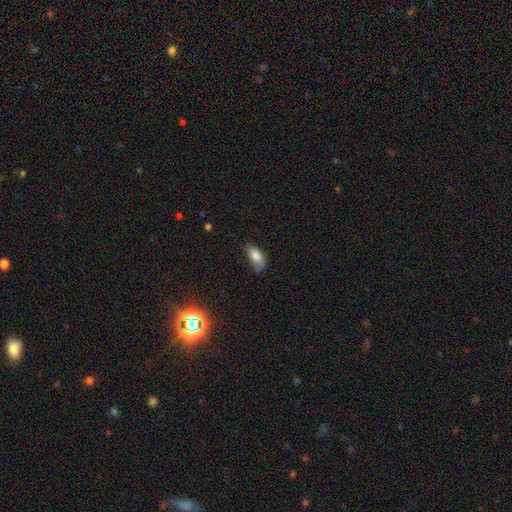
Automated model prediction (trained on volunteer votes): Q: Smooth or featured?
A: smooth (80%); runner-up: featured or disk (12%)
Q: How rounded?
A: in between (87%); runner-up: cigar-shaped (10%)
Q: Merging?
A: none (53%); runner-up: minor disturbance (34%)